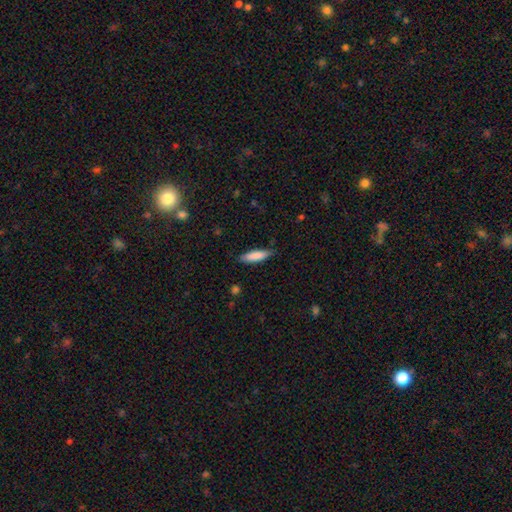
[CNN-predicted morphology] smooth 84%, featured or disk 10%, star or artifact 6%. Down the decision tree: how rounded — cigar-shaped (64%); merging — none (82%).